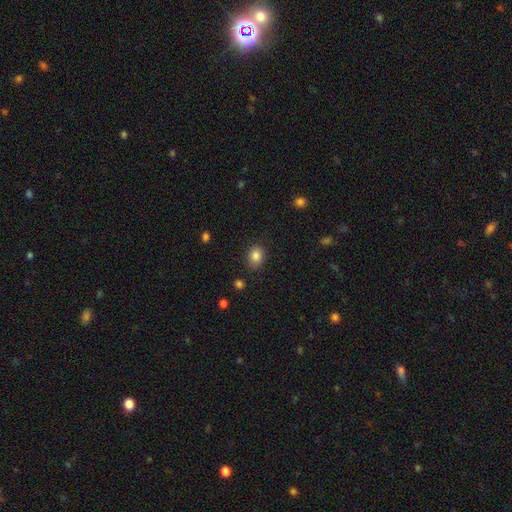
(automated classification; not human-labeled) smooth_or_featured: smooth (p=0.85) [alt: star or artifact p=0.10]
how_rounded: in between (p=0.54) [alt: round p=0.45]
merging: none (p=0.80) [alt: minor disturbance p=0.14]